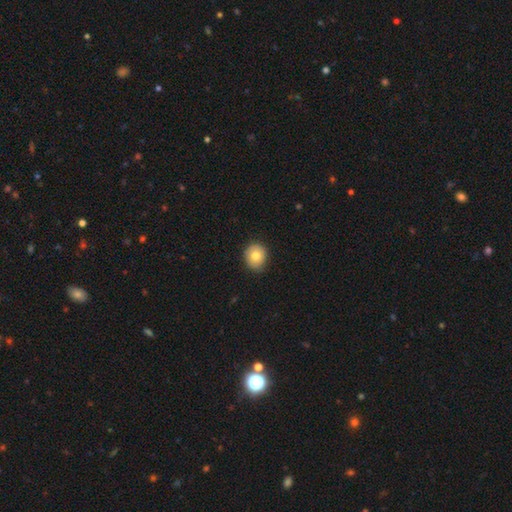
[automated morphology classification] smooth_or_featured: smooth (p=0.78) [alt: featured or disk p=0.14]
how_rounded: round (p=0.75) [alt: in between p=0.25]
merging: none (p=0.85) [alt: minor disturbance p=0.12]